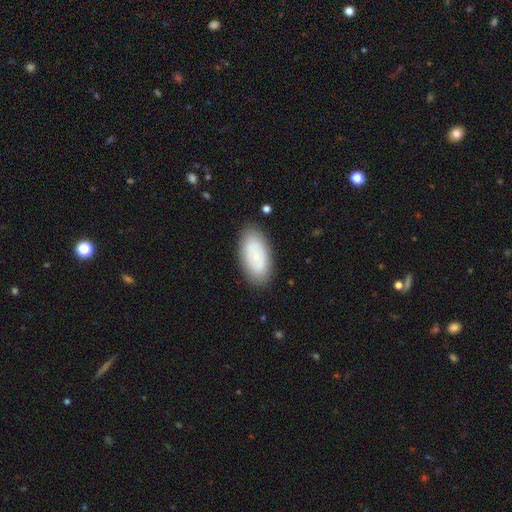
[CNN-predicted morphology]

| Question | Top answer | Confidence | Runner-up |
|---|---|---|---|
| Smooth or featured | smooth | 69% | featured or disk (24%) |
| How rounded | in between | 94% | cigar-shaped (3%) |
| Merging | none | 85% | minor disturbance (11%) |